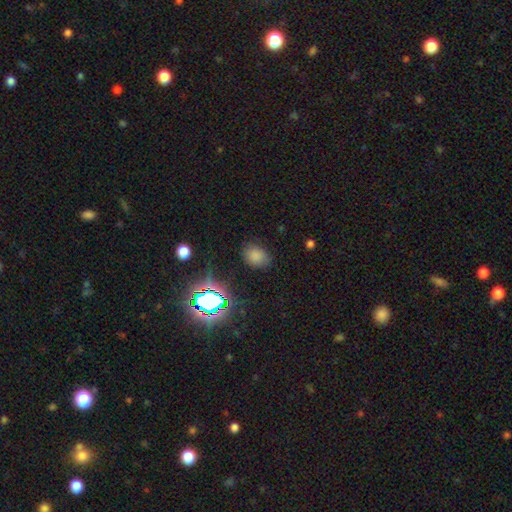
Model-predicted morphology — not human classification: smooth_or_featured: smooth (p=0.73) [alt: star or artifact p=0.21]
how_rounded: in between (p=0.65) [alt: round p=0.34]
merging: none (p=0.79) [alt: minor disturbance p=0.15]